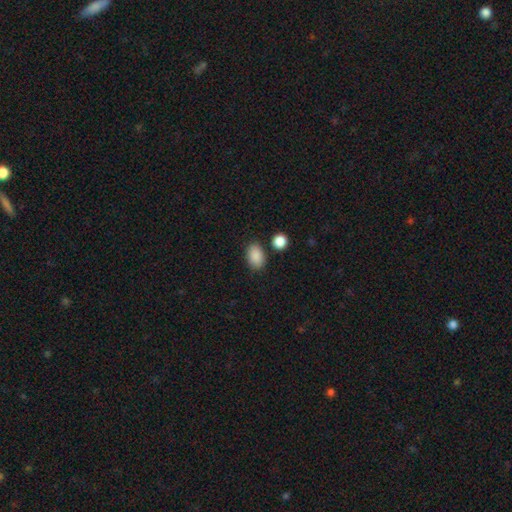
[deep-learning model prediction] Smooth or featured? smooth (88%)
How rounded? in between (86%)
Merging? none (80%)